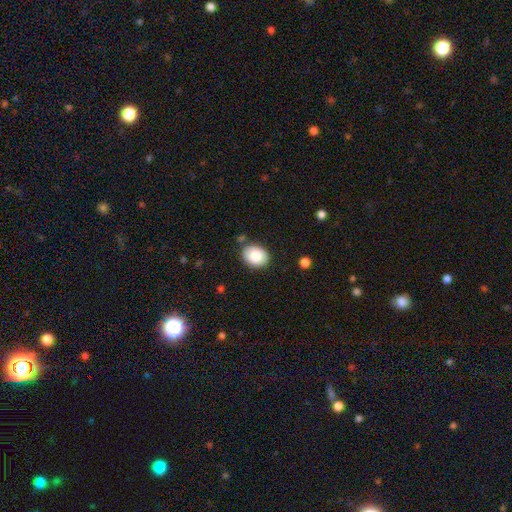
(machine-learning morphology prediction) A smooth galaxy with no disk features (83%) that is in between round and cigar-shaped (64%). Merging: none (82%).